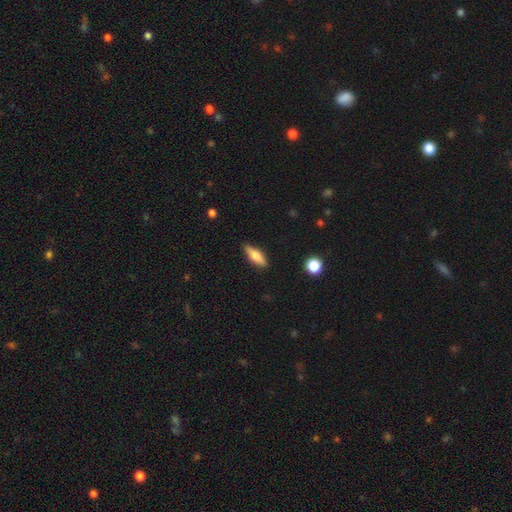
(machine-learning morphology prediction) The model was most divided on "how rounded": in between: 54%, cigar-shaped: 43%, round: 3%. More confident: merging — none (85%); smooth or featured — smooth (63%).